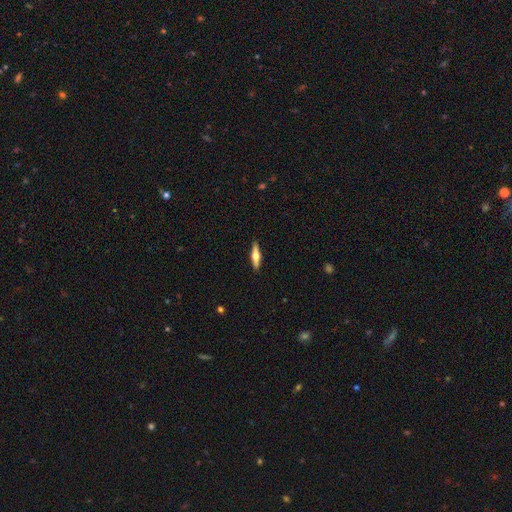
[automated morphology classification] smooth-or-featured: featured or disk: 54% | smooth: 40% | star or artifact: 6%
  disk-edge-on: yes: 95% | no: 5%
    edge-on-bulge: rounded: 94% | boxy: 4% | none: 3%
  merging: none: 91% | minor disturbance: 7% | major disturbance: 2% | merger: 1%